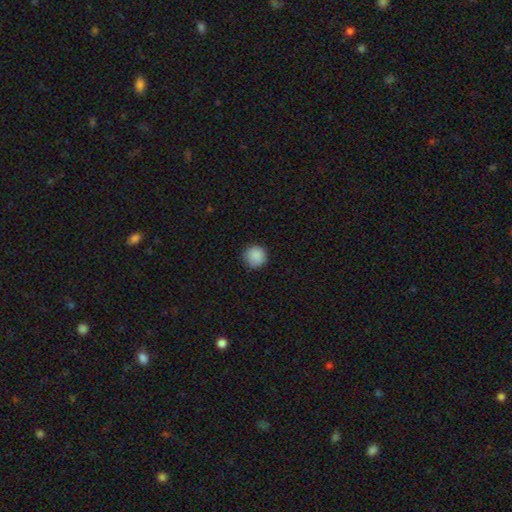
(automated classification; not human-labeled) This is clearly a smooth galaxy (88%). How rounded: clearly round (95%). Merging: clearly none (87%).